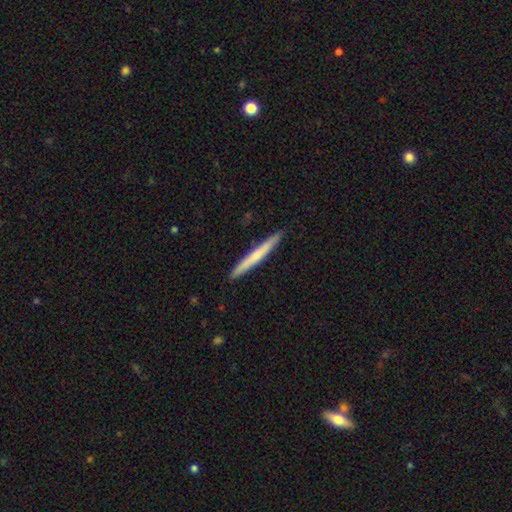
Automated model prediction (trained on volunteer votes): A smooth galaxy with no disk features (53%) that is cigar-shaped (97%). Merging: none (91%).